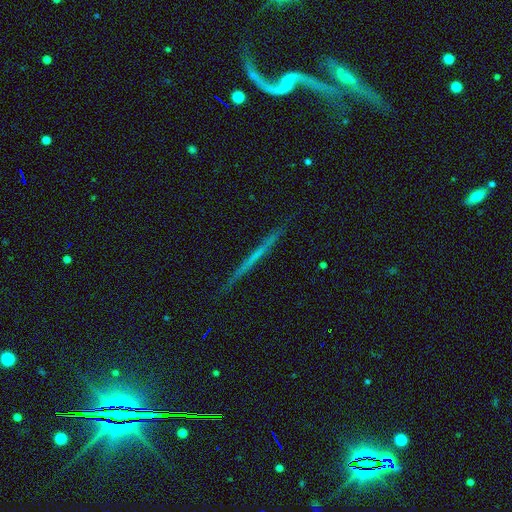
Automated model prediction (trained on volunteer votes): A featured or disk galaxy (53%) viewed edge-on (97%) with no central bulge (91%). Merging: none (91%).